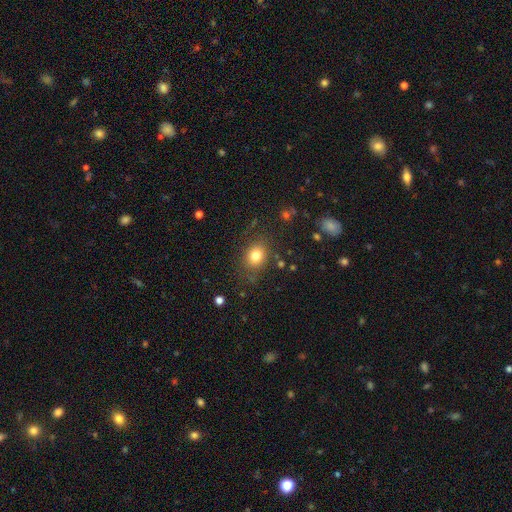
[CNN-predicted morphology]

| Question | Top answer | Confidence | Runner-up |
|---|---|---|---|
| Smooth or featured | smooth | 79% | star or artifact (12%) |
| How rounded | round | 53% | in between (46%) |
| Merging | none | 80% | minor disturbance (13%) |